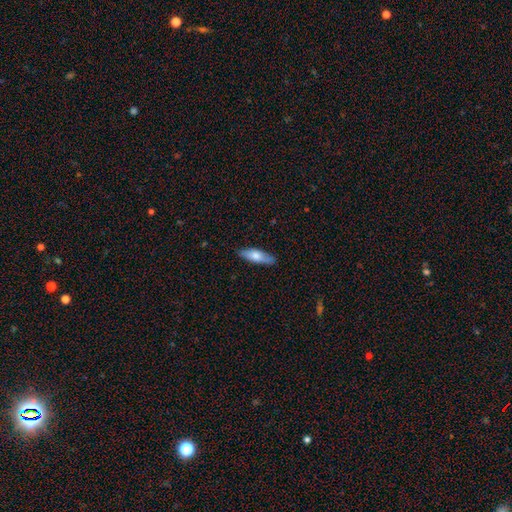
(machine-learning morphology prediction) Q: Smooth or featured?
A: smooth (69%); runner-up: featured or disk (25%)
Q: How rounded?
A: cigar-shaped (50%); runner-up: in between (48%)
Q: Merging?
A: none (84%); runner-up: minor disturbance (12%)